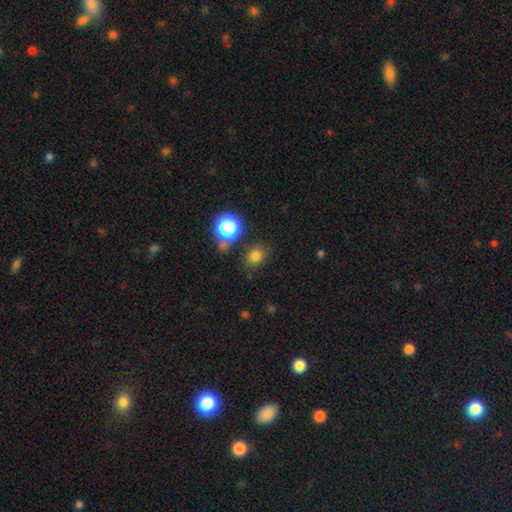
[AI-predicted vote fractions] Q: Smooth or featured?
A: smooth (76%); runner-up: star or artifact (18%)
Q: How rounded?
A: round (54%); runner-up: in between (45%)
Q: Merging?
A: none (76%); runner-up: minor disturbance (14%)